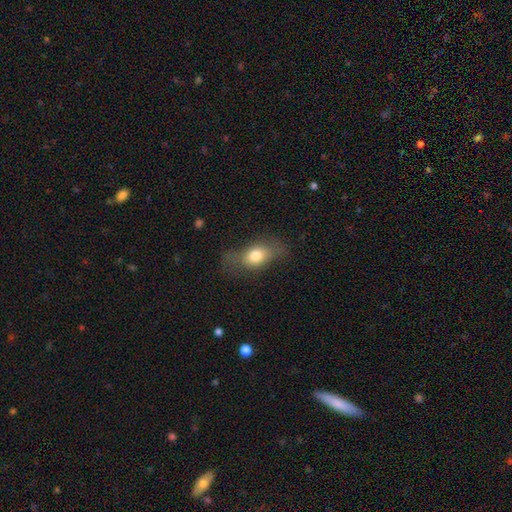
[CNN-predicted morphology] The model was most divided on "merging": none: 57%, minor disturbance: 25%, major disturbance: 16%, merger: 2%. More confident: how rounded — in between (76%); smooth or featured — smooth (73%).